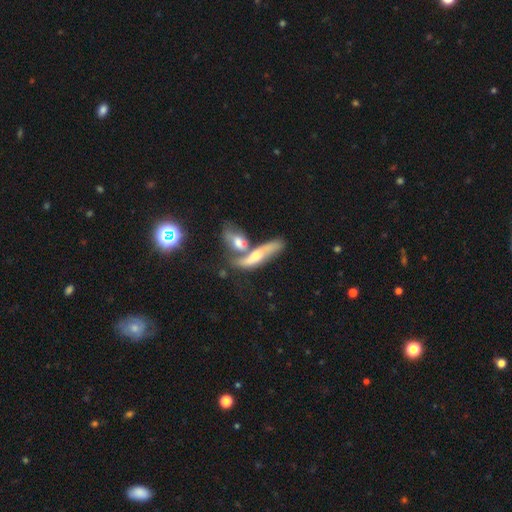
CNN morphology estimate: featured or disk 55%, smooth 36%, star or artifact 10%. Down the decision tree: edge-on disk — no (55%); merging — merger (60%).